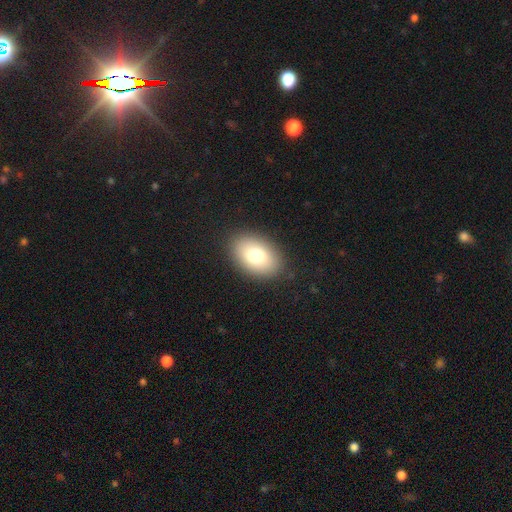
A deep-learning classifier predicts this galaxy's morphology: This appears to be a smooth galaxy with no disk features (79%) that is in between round and cigar-shaped (86%). Merging: none (88%).